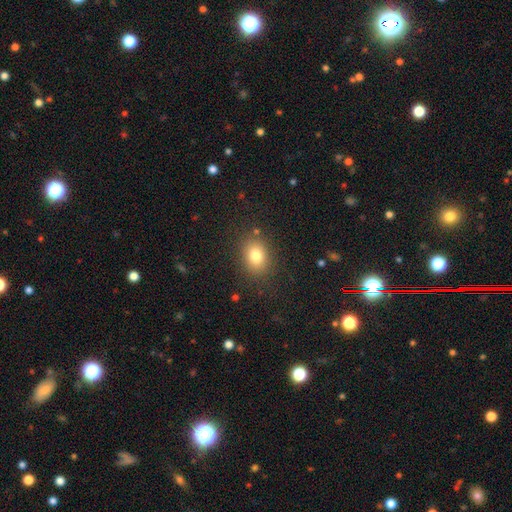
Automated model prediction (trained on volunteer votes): Smooth or featured? smooth (79%)
How rounded? in between (55%)
Merging? none (84%)